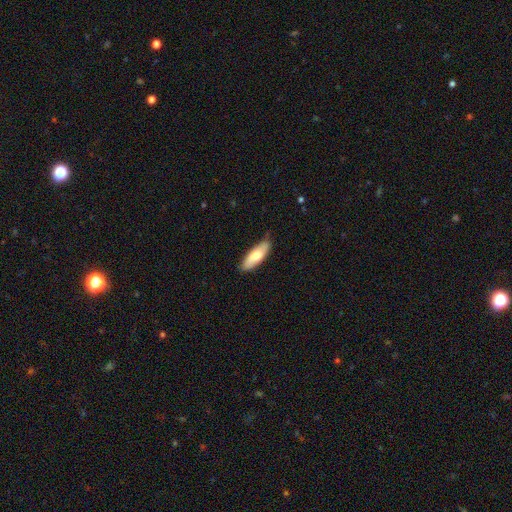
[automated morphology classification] This appears to be a smooth galaxy with no disk features (73%) that is in between round and cigar-shaped (60%). Merging: none (81%).